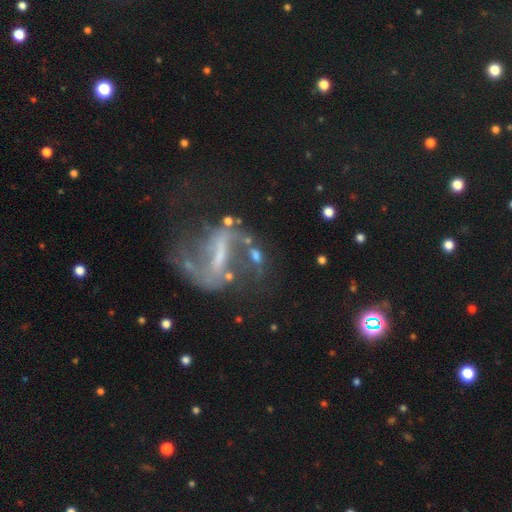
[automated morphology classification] Smooth or featured?
  - featured or disk: 55% *
  - smooth: 30%
  - star or artifact: 16%
Edge-on disk?
  - no: 88% *
  - yes: 12%
Merging?
  - none: 44% *
  - major disturbance: 21%
  - minor disturbance: 18%
  - merger: 17%